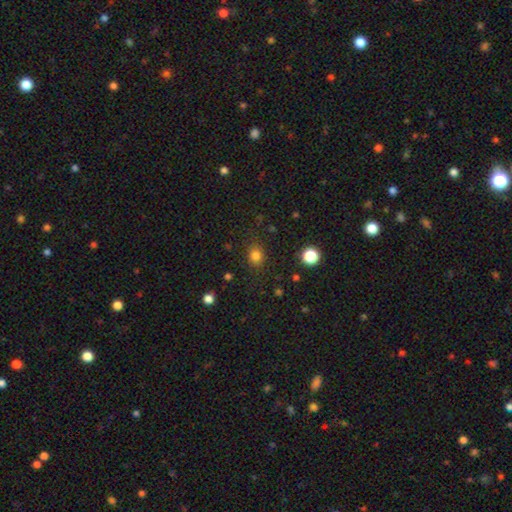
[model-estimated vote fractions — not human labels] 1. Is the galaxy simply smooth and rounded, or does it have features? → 80% smooth, 14% star or artifact, 5% featured or disk.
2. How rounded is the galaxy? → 67% round, 32% in between, 1% cigar-shaped.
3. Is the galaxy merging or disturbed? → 84% none, 11% minor disturbance, 4% major disturbance, 1% merger.